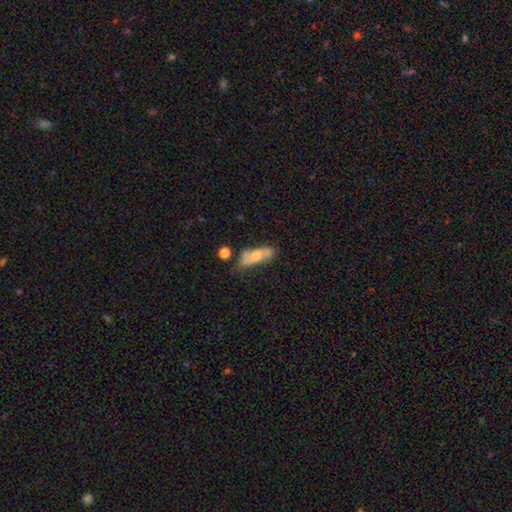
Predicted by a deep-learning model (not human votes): This appears to be a smooth galaxy with no disk features (51%) that is in between round and cigar-shaped (63%). Merging: none (53%).